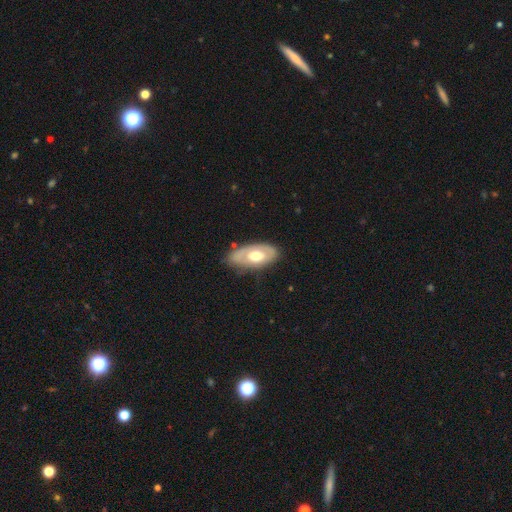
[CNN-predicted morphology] This is possibly a featured or disk galaxy (50%). It is clearly not viewed edge-on (84%). Merging: likely none (68%).